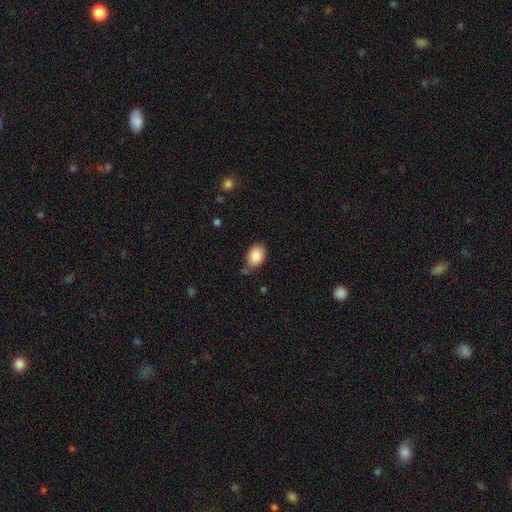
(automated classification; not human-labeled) This appears to be a smooth galaxy with no disk features (88%) that is in between round and cigar-shaped (79%). Merging: none (74%).